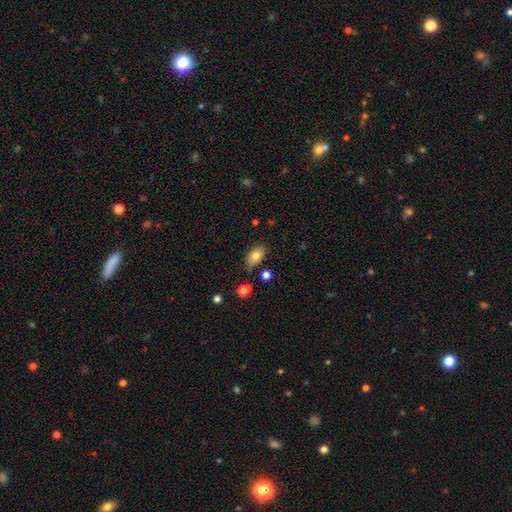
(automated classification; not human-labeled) smooth-or-featured: smooth: 78% | featured or disk: 12% | star or artifact: 10%
  how-rounded: in between: 84% | round: 14% | cigar-shaped: 2%
  merging: none: 70% | minor disturbance: 21% | major disturbance: 5% | merger: 5%